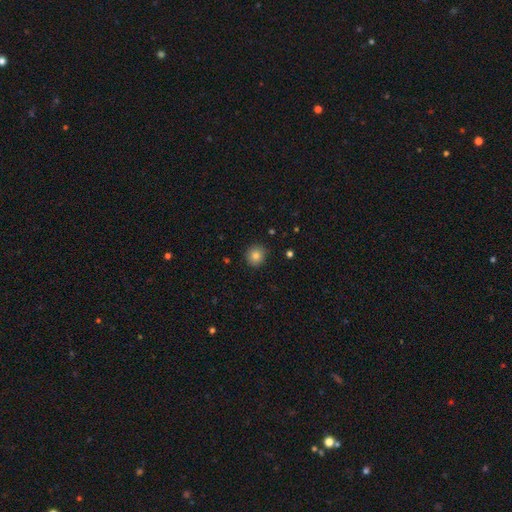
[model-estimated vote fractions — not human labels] A smooth galaxy with no disk features (84%) that is round (90%). Merging: none (88%).